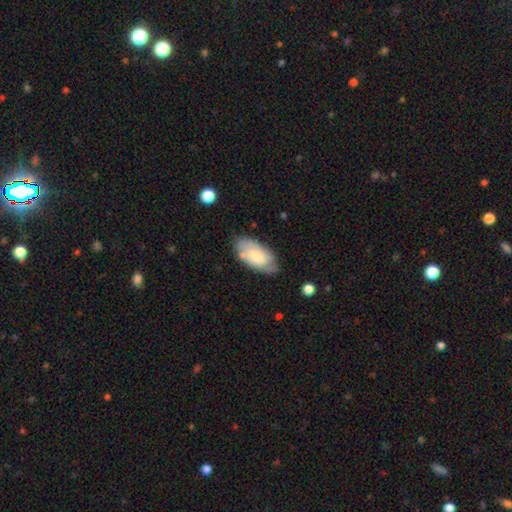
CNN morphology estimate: A smooth galaxy with no disk features (62%) that is in between round and cigar-shaped (94%).

Vote fractions:
- Smooth or featured? smooth: 62% / featured or disk: 32% / star or artifact: 6%
- How rounded? in between: 94% / cigar-shaped: 3% / round: 3%
- Merging? none: 68% / minor disturbance: 23% / major disturbance: 5% / merger: 3%